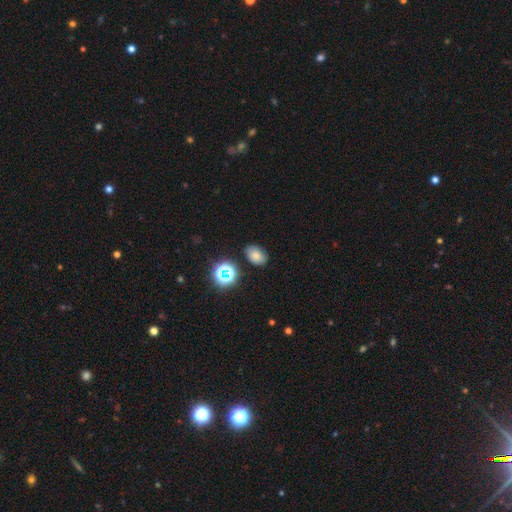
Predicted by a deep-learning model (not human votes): This appears to be a smooth galaxy with no disk features (71%) that is in between round and cigar-shaped (77%). Merging: none (80%).